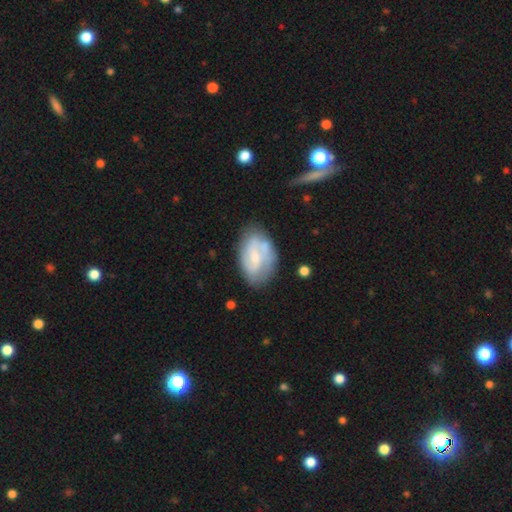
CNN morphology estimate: smooth_or_featured: featured or disk (p=0.63) [alt: smooth p=0.31]
disk_edge_on: no (p=0.96) [alt: yes p=0.04]
bar: no (p=0.45) [tied with: weak p=0.45]
has_spiral_arms: yes (p=0.77) [alt: no p=0.23]
bulge_size: small (p=0.52) [alt: moderate p=0.34]
merging: none (p=0.62) [alt: minor disturbance p=0.23]